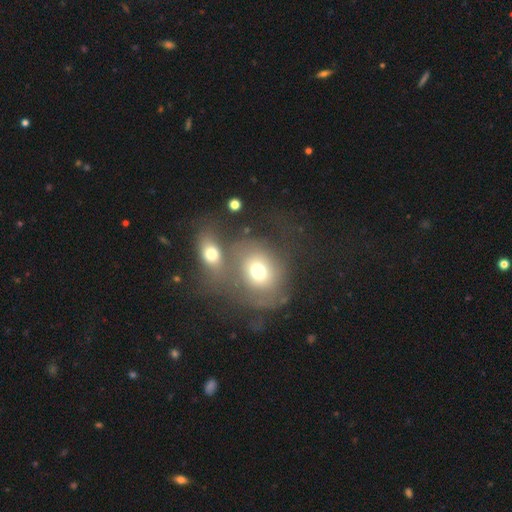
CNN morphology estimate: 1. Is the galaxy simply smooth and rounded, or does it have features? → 43% smooth, 38% featured or disk, 19% star or artifact.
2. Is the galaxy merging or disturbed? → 52% merger, 25% none, 11% major disturbance, 11% minor disturbance.